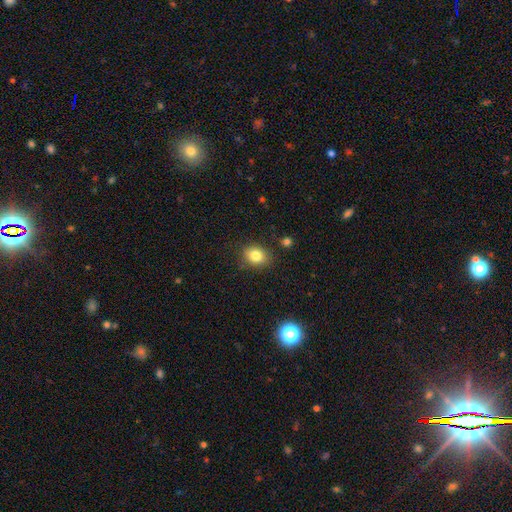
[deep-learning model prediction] Overall: smooth (82%). How rounded: round (52%; in between 47%). Merging: none (83%).